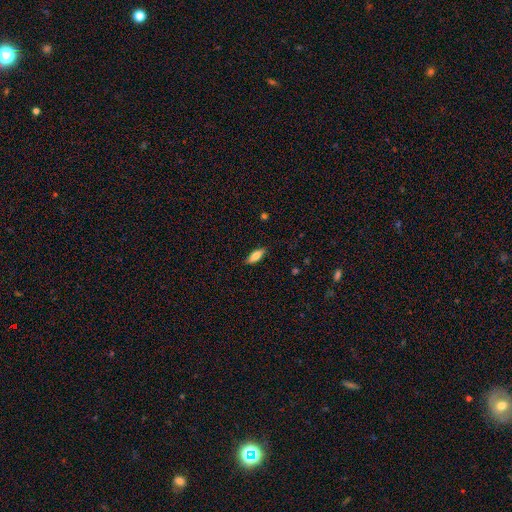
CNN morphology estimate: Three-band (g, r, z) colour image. It shows a smooth galaxy with no disk features (78%) that is in between round and cigar-shaped (70%). Merging: none (87%).